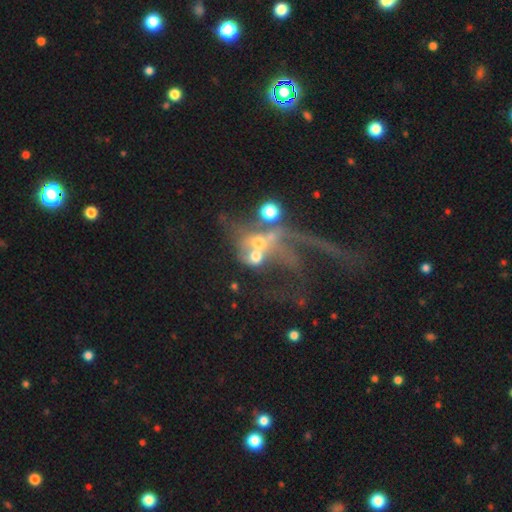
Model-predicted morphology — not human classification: featured or disk 51%, smooth 30%, star or artifact 19%. Down the decision tree: edge-on disk — no (96%); merging — merger (55%).